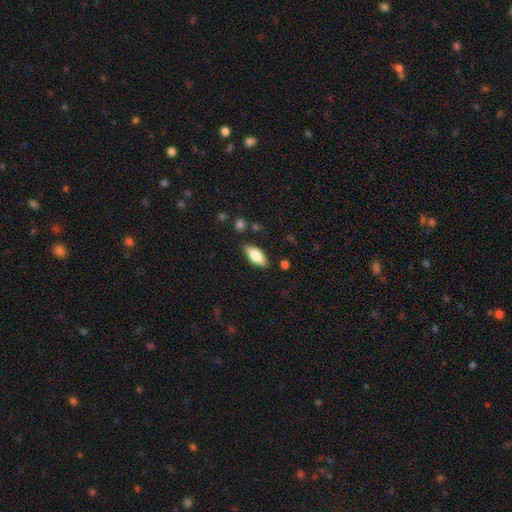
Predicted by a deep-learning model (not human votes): Morphology: type=smooth (74%); roundness=in between (81%); merging=none (83%).